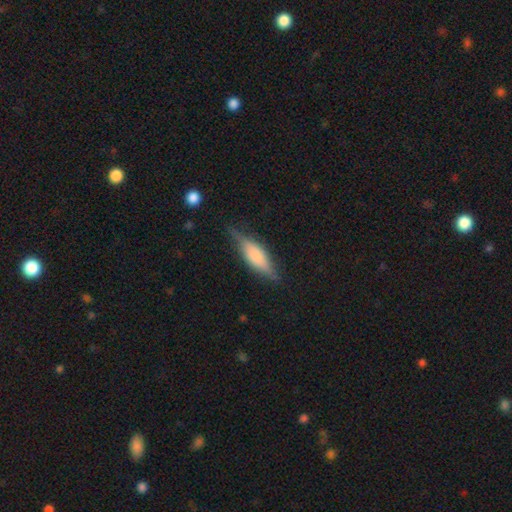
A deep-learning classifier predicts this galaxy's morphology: The model was most divided on "smooth or featured": smooth: 49%, featured or disk: 44%, star or artifact: 7%. More confident: merging — none (76%).